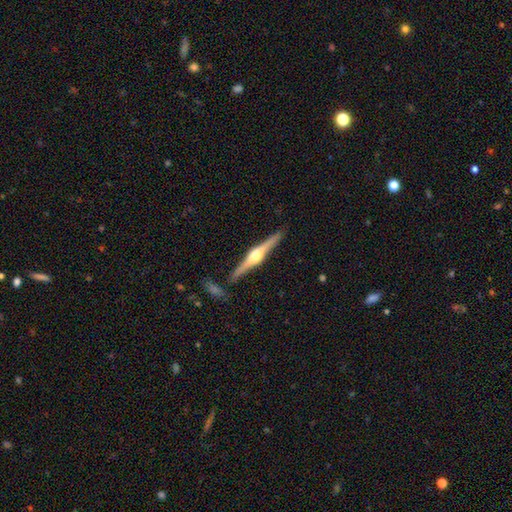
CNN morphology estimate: type=featured or disk (83%); edge-on=yes (98%); edge-on bulge=rounded (94%); merging=none (88%).